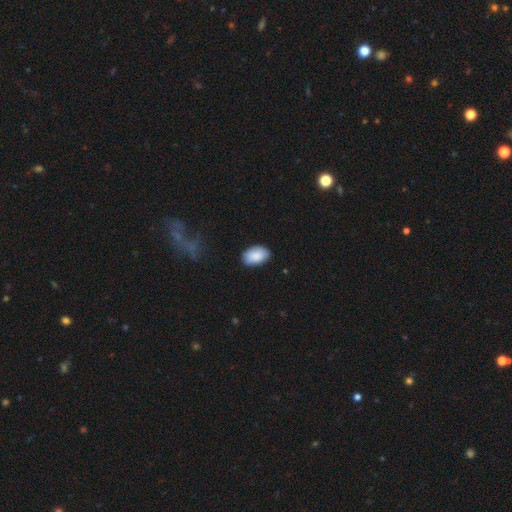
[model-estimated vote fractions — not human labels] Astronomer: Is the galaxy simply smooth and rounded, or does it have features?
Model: smooth — 88%.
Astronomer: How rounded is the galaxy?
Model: in between — 92%.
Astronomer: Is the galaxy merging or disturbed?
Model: none — 81%.